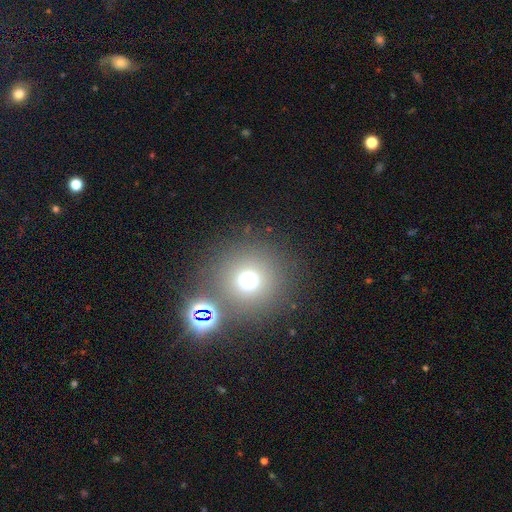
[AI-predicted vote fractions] smooth_or_featured: smooth (p=0.56) [alt: star or artifact p=0.33]
how_rounded: round (p=0.92) [alt: in between p=0.07]
merging: none (p=0.69) [alt: merger p=0.20]